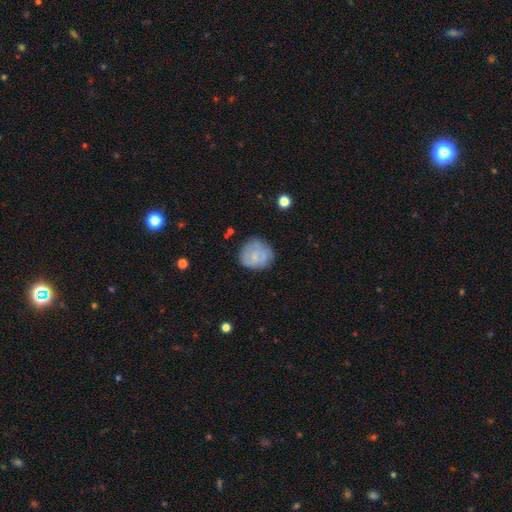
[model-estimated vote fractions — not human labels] Smooth or featured? smooth (47%)
Merging? none (68%)